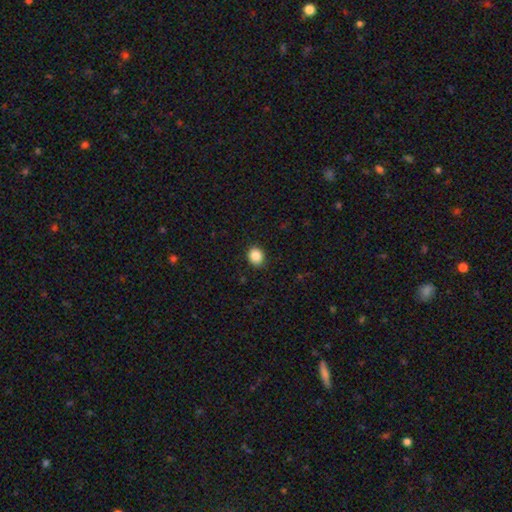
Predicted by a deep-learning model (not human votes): Smooth or featured? Predicted: smooth (p=0.86). How rounded? Predicted: round (p=0.67). Merging? Predicted: none (p=0.90).